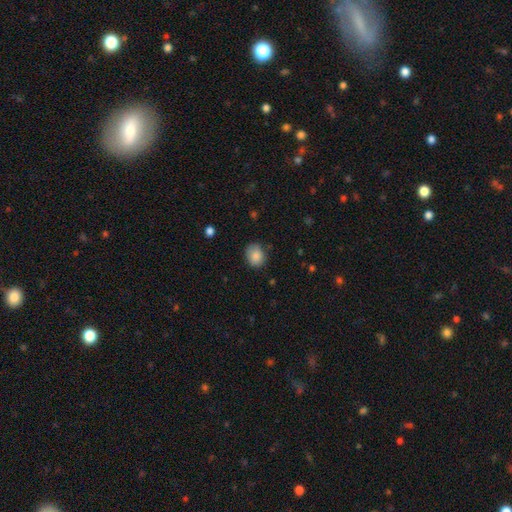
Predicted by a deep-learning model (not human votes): Q: Smooth or featured?
A: smooth (86%); runner-up: star or artifact (8%)
Q: How rounded?
A: round (55%); runner-up: in between (44%)
Q: Merging?
A: none (75%); runner-up: minor disturbance (19%)